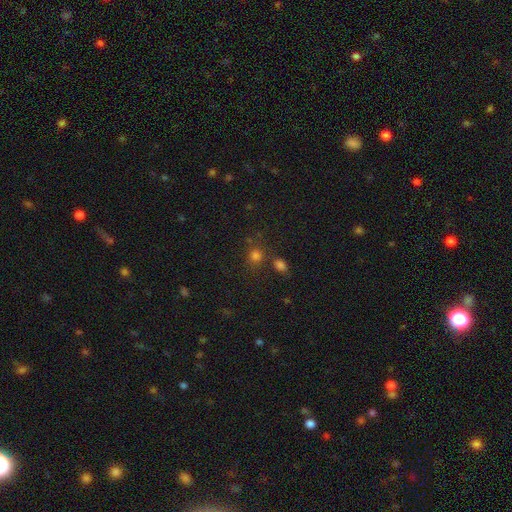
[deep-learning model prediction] smooth-or-featured: smooth: 72% | star or artifact: 21% | featured or disk: 7%
  how-rounded: round: 75% | in between: 24% | cigar-shaped: 1%
  merging: none: 64% | merger: 20% | minor disturbance: 11% | major disturbance: 5%